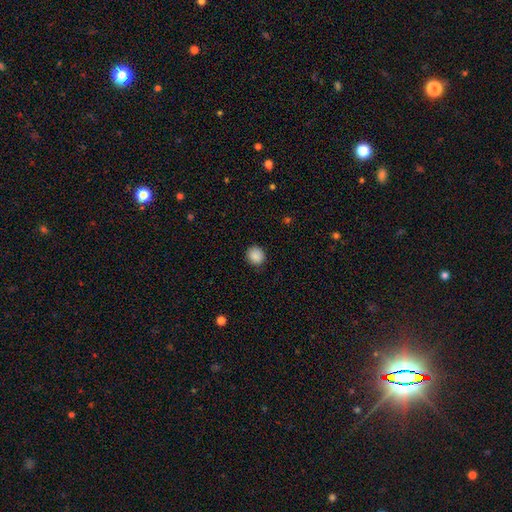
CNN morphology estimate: Overall: smooth (88%). How rounded: round (86%). Merging: none (88%).